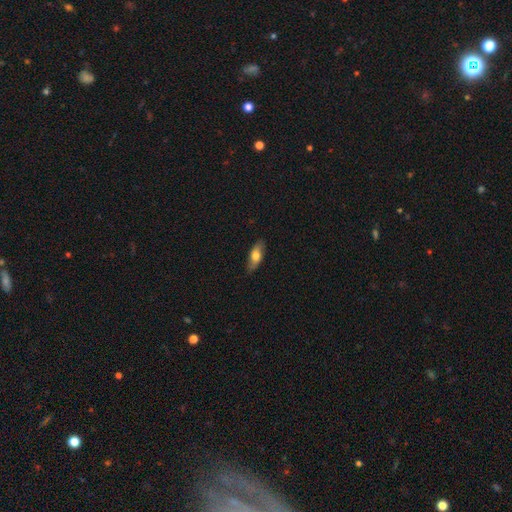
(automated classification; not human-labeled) Q: Smooth or featured?
A: smooth (66%); runner-up: featured or disk (28%)
Q: How rounded?
A: in between (73%); runner-up: cigar-shaped (23%)
Q: Merging?
A: none (81%); runner-up: minor disturbance (16%)